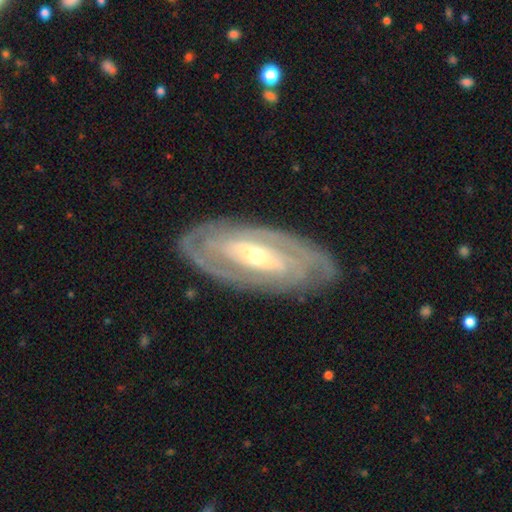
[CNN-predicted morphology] Smooth or featured: featured or disk — 83% (smooth — 11%)
Edge-on disk: no — 90% (yes — 10%)
Bar: strong — 41% (weak — 32%)
Spiral arms: yes — 84% (no — 16%)
Spiral winding: tight — 73% (medium — 21%)
Spiral arm count: can't tell — 41% (2 — 37%)
Bulge size: small — 59% (moderate — 37%)
Merging: none — 83% (minor disturbance — 12%)